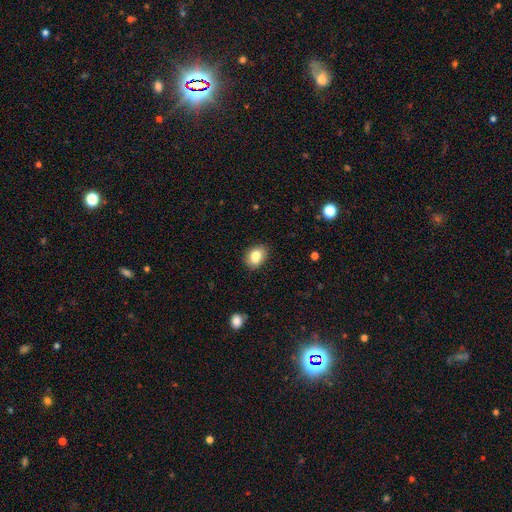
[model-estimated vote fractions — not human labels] Overall: smooth (82%). How rounded: in between (70%). Merging: none (82%).